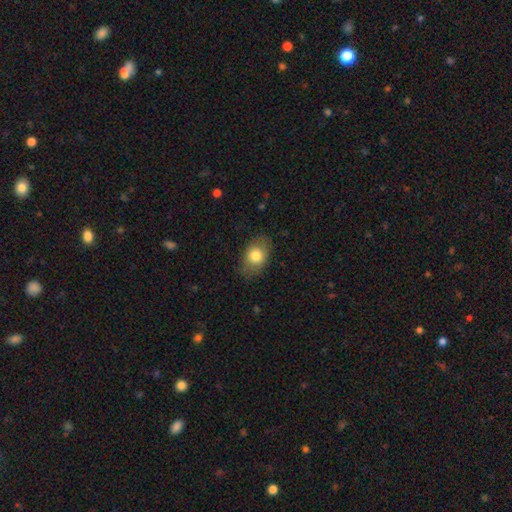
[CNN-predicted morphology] type=smooth (79%); roundness=in between (75%); merging=none (77%).